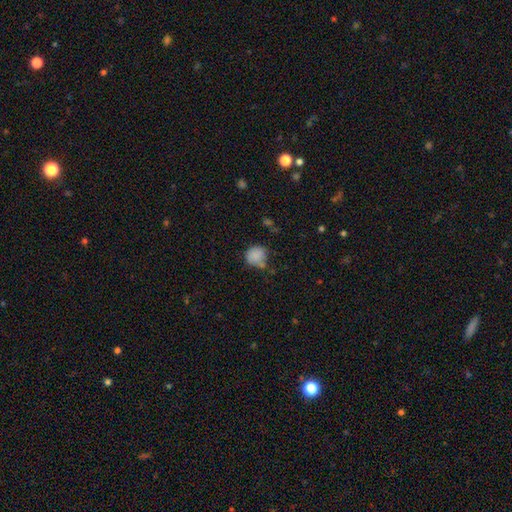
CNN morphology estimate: smooth-or-featured: smooth: 84% | star or artifact: 10% | featured or disk: 7%
  how-rounded: round: 79% | in between: 20% | cigar-shaped: 1%
  merging: none: 58% | minor disturbance: 25% | merger: 10% | major disturbance: 7%